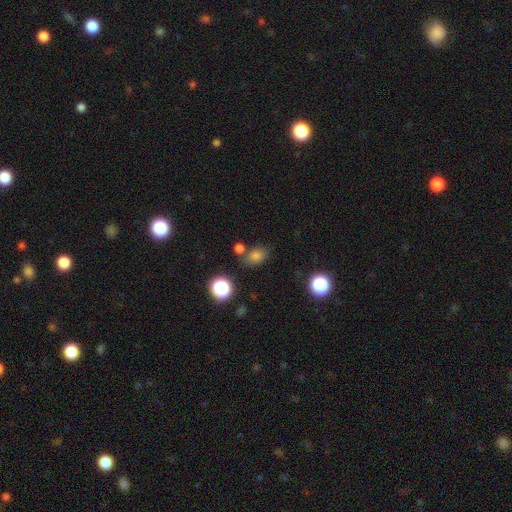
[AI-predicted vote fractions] smooth 74%, star or artifact 18%, featured or disk 8%. Down the decision tree: how rounded — in between (66%); merging — none (68%).